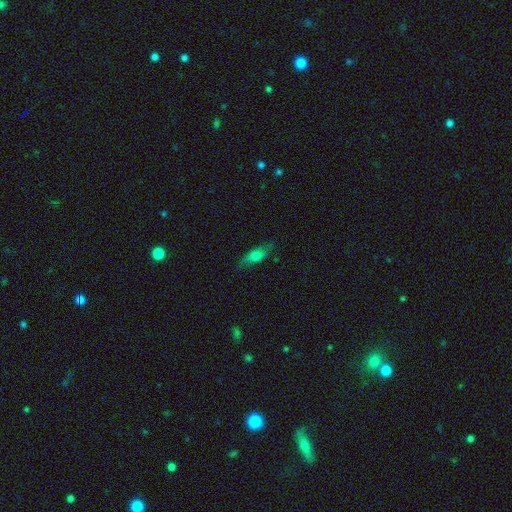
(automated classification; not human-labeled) Q: Smooth or featured?
A: smooth (66%); runner-up: featured or disk (24%)
Q: How rounded?
A: in between (63%); runner-up: cigar-shaped (34%)
Q: Merging?
A: none (75%); runner-up: minor disturbance (19%)